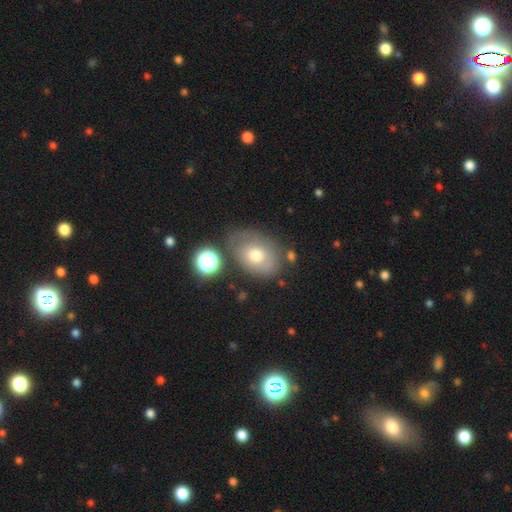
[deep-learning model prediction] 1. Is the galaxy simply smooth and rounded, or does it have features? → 58% smooth, 31% featured or disk, 11% star or artifact.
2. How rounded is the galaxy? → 68% in between, 31% round, 1% cigar-shaped.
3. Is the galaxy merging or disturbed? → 62% none, 22% minor disturbance, 9% major disturbance, 7% merger.